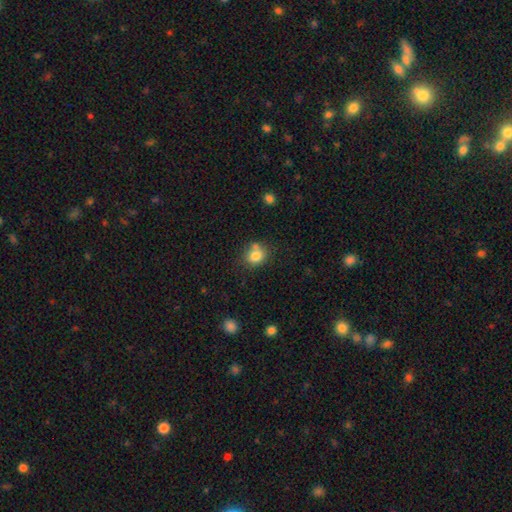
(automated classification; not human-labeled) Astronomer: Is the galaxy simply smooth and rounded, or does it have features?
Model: smooth — 80%.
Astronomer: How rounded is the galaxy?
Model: round — 67%.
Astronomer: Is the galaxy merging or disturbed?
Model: none — 59%.